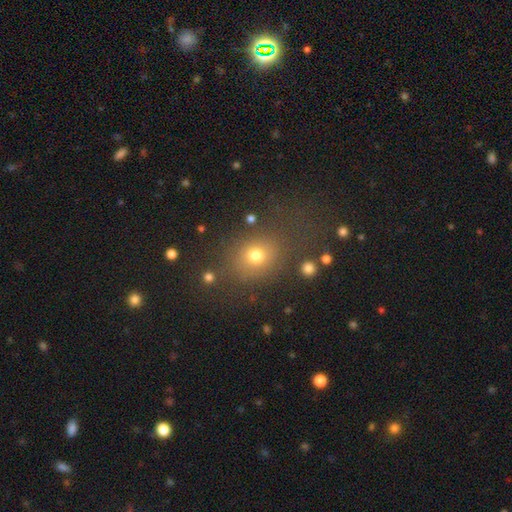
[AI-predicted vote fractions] smooth_or_featured: smooth (p=0.73) [alt: star or artifact p=0.18]
how_rounded: round (p=0.61) [alt: in between p=0.37]
merging: none (p=0.72) [alt: minor disturbance p=0.12]